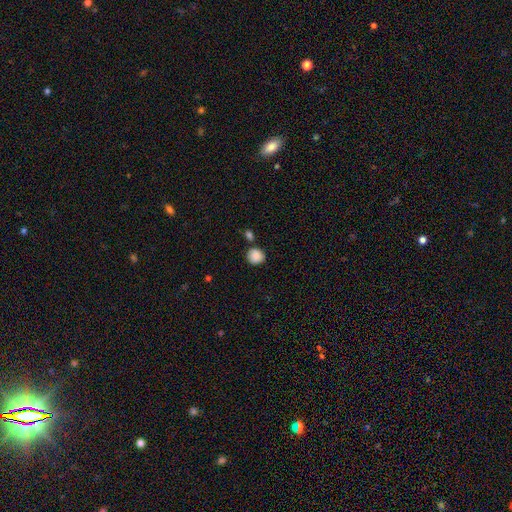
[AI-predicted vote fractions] The model was most divided on "merging": none: 76%, minor disturbance: 11%, merger: 9%, major disturbance: 3%. More confident: smooth or featured — smooth (88%); how rounded — round (87%).